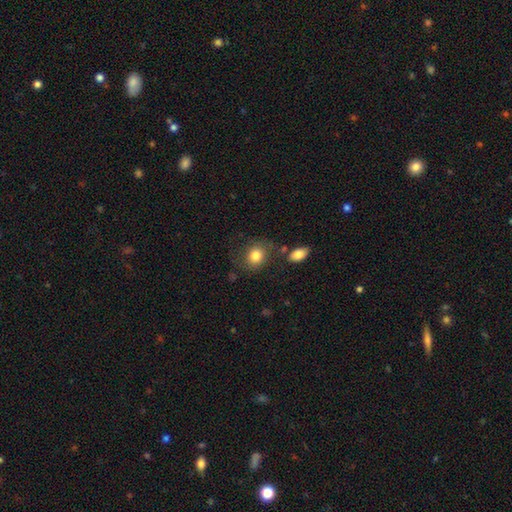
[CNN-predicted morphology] Q: Smooth or featured?
A: smooth (82%); runner-up: featured or disk (10%)
Q: How rounded?
A: round (63%); runner-up: in between (36%)
Q: Merging?
A: none (72%); runner-up: minor disturbance (16%)